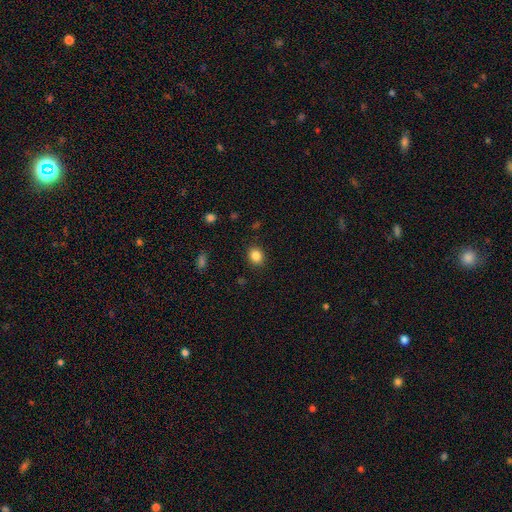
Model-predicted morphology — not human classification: The model was most divided on "how rounded": round: 69%, in between: 30%, cigar-shaped: 1%. More confident: merging — none (89%); smooth or featured — smooth (85%).